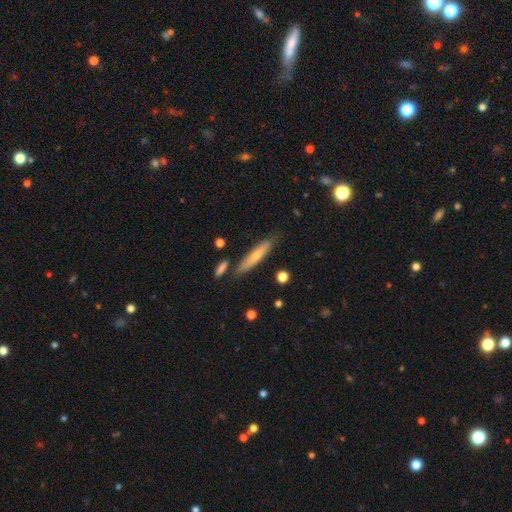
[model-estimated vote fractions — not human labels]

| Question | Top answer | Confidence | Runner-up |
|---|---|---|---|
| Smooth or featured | smooth | 62% | featured or disk (32%) |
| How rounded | cigar-shaped | 88% | in between (11%) |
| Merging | none | 79% | minor disturbance (14%) |